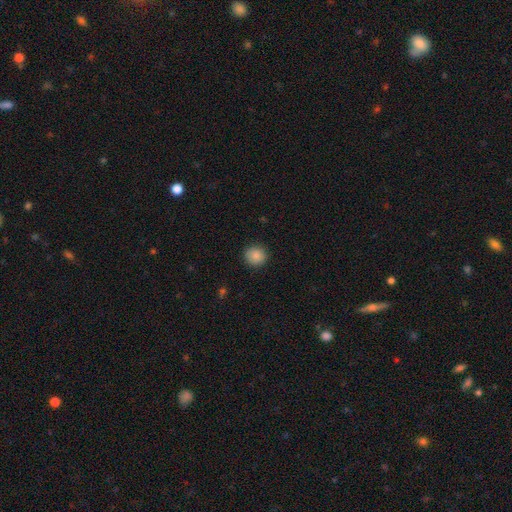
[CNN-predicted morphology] Smooth or featured: smooth — 87% (star or artifact — 9%)
How rounded: round — 91% (in between — 8%)
Merging: none — 90% (minor disturbance — 7%)